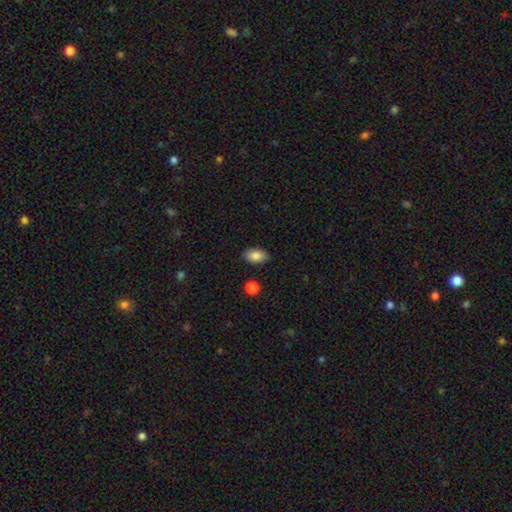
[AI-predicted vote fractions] Smooth or featured?
  - smooth: 85% *
  - featured or disk: 8%
  - star or artifact: 7%
How rounded?
  - in between: 92% *
  - round: 6%
  - cigar-shaped: 2%
Merging?
  - none: 86% *
  - minor disturbance: 10%
  - major disturbance: 2%
  - merger: 2%